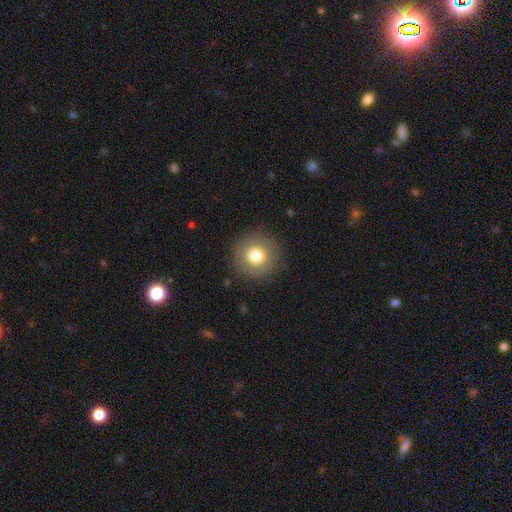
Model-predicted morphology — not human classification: Smooth or featured?
  - smooth: 77% *
  - featured or disk: 13%
  - star or artifact: 11%
How rounded?
  - round: 96% *
  - in between: 3%
  - cigar-shaped: 1%
Merging?
  - none: 90% *
  - minor disturbance: 6%
  - major disturbance: 3%
  - merger: 1%